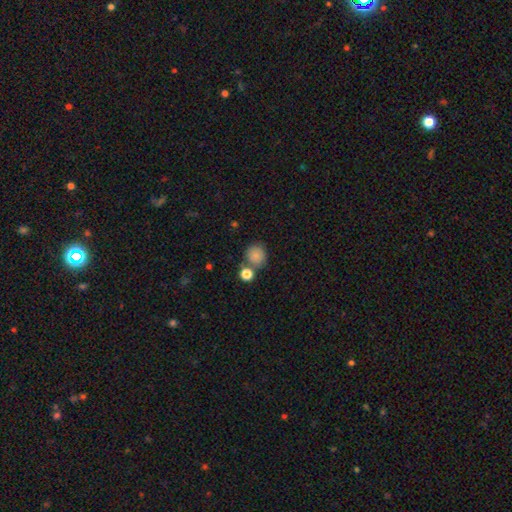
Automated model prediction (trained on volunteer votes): Smooth or featured: smooth — 84% (star or artifact — 10%)
How rounded: round — 86% (in between — 13%)
Merging: none — 66% (merger — 19%)